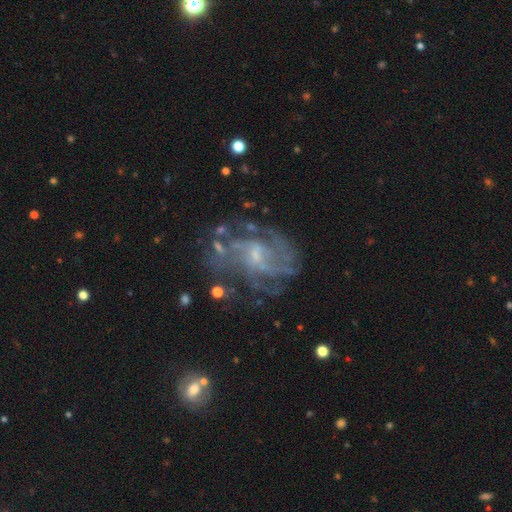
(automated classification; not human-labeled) Q: Smooth or featured?
A: featured or disk (81%); runner-up: star or artifact (11%)
Q: Edge-on disk?
A: no (98%); runner-up: yes (2%)
Q: Bar?
A: no (46%); runner-up: weak (45%)
Q: Spiral arms?
A: yes (87%); runner-up: no (13%)
Q: Spiral winding?
A: medium (45%); runner-up: tight (33%)
Q: Spiral arm count?
A: can't tell (36%); runner-up: 2 (20%)
Q: Bulge size?
A: small (65%); runner-up: moderate (19%)
Q: Merging?
A: none (61%); runner-up: minor disturbance (18%)